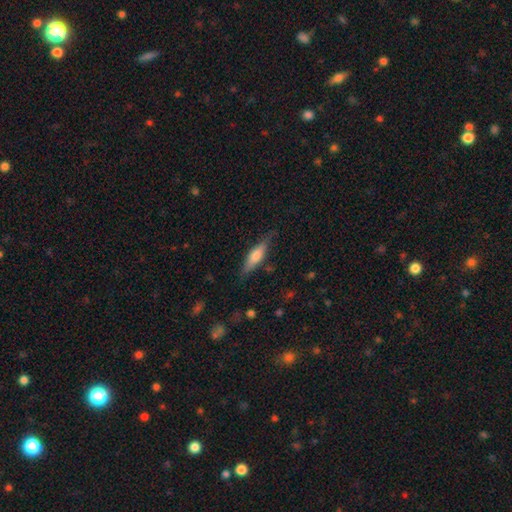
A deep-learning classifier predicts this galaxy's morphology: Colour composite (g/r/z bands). It shows a smooth galaxy with no disk features (56%) that is cigar-shaped (65%). Merging: none (77%).